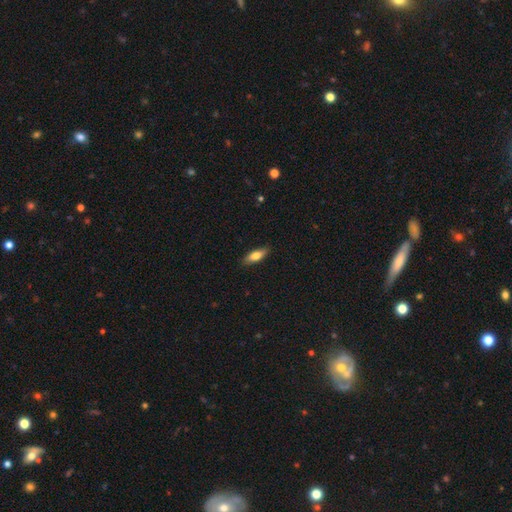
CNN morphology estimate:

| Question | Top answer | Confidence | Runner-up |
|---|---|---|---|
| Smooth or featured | smooth | 74% | featured or disk (20%) |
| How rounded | in between | 64% | cigar-shaped (34%) |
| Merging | none | 87% | minor disturbance (10%) |